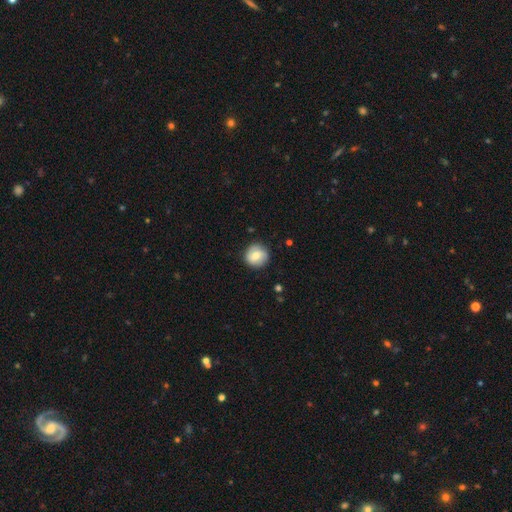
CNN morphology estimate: smooth-or-featured: smooth: 64% | featured or disk: 28% | star or artifact: 8%
  how-rounded: round: 91% | in between: 8% | cigar-shaped: 1%
  merging: none: 83% | minor disturbance: 13% | major disturbance: 3% | merger: 1%